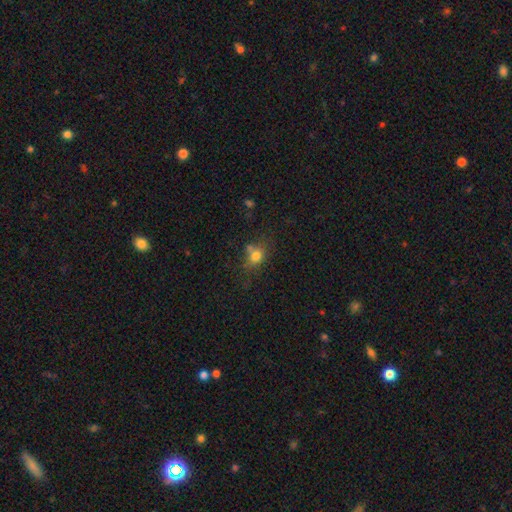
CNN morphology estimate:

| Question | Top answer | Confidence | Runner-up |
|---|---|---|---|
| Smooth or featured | smooth | 76% | star or artifact (13%) |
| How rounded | round | 59% | in between (40%) |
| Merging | none | 57% | minor disturbance (19%) |